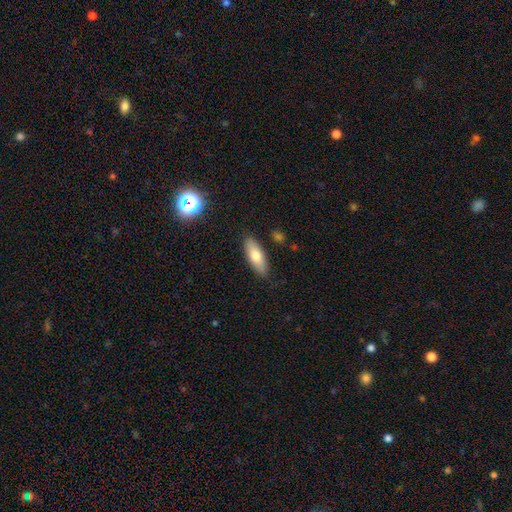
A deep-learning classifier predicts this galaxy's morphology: This appears to be a smooth galaxy with no disk features (72%) that is in between round and cigar-shaped (68%). Merging: none (86%).